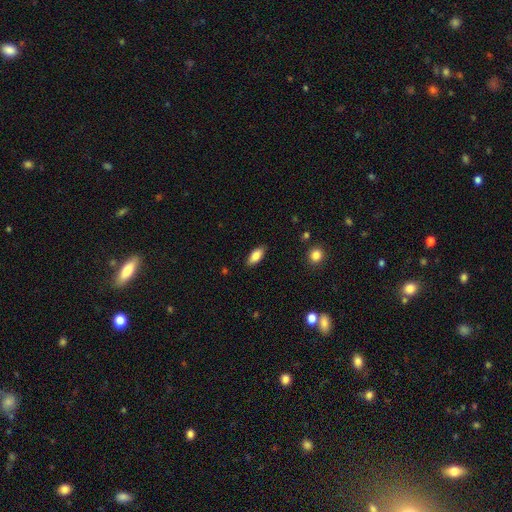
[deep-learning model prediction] smooth_or_featured: smooth (p=0.84) [alt: featured or disk p=0.09]
how_rounded: in between (p=0.86) [alt: cigar-shaped p=0.12]
merging: none (p=0.87) [alt: minor disturbance p=0.10]